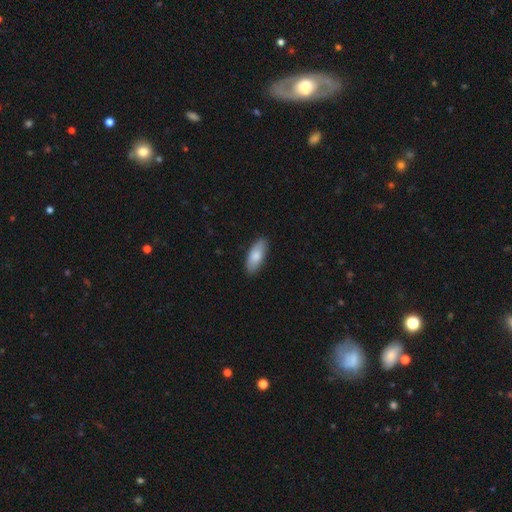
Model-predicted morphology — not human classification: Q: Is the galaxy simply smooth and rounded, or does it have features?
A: smooth — 82%.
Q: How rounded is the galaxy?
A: in between — 77%.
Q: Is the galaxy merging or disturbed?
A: none — 86%.